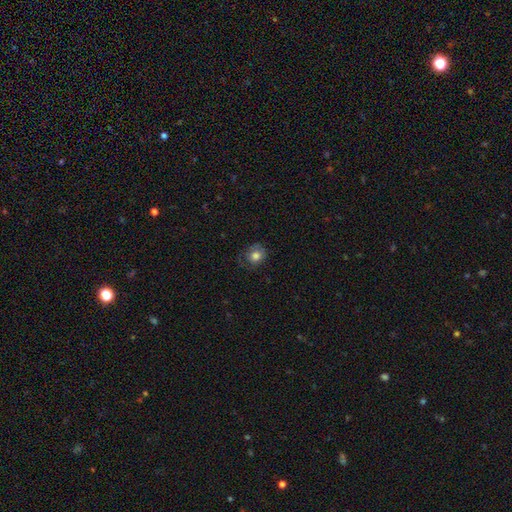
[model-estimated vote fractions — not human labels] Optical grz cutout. It shows a smooth galaxy with no disk features (73%) that is round (69%). Merging: none (61%).